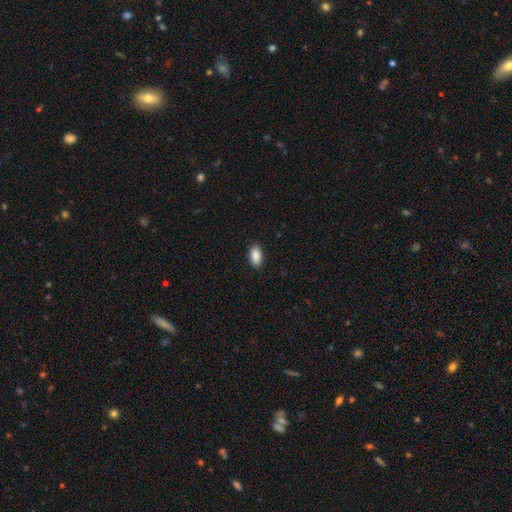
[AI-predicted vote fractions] smooth-or-featured: smooth: 90% | star or artifact: 7% | featured or disk: 3%
  how-rounded: in between: 93% | cigar-shaped: 4% | round: 3%
  merging: none: 90% | minor disturbance: 8% | major disturbance: 2% | merger: 1%